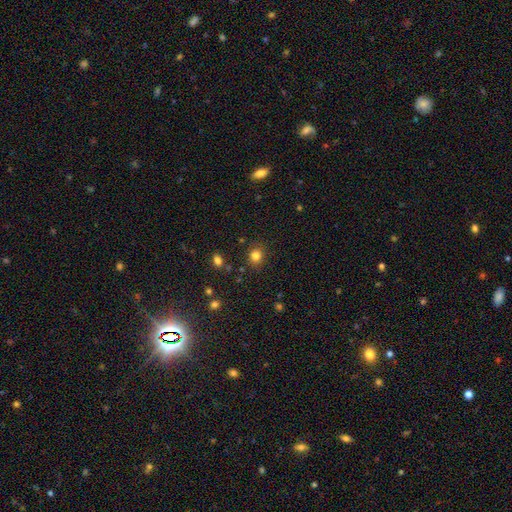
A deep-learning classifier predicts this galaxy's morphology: Overall: smooth (81%). How rounded: round (79%). Merging: none (84%).